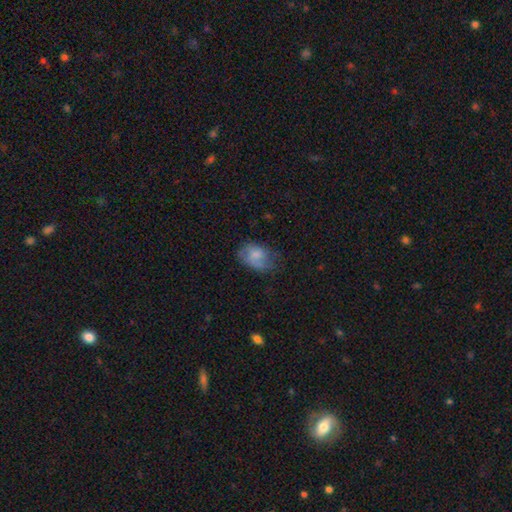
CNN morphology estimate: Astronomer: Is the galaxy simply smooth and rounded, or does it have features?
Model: smooth — 62%.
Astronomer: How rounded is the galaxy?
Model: in between — 78%.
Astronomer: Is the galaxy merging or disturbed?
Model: none — 48% (runner-up: minor disturbance, 31%).